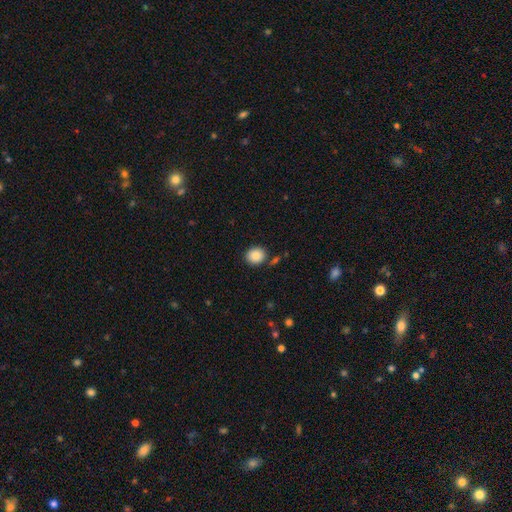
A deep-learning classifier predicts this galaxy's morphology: smooth 87%, star or artifact 9%, featured or disk 5%. Down the decision tree: how rounded — round (74%); merging — none (83%).